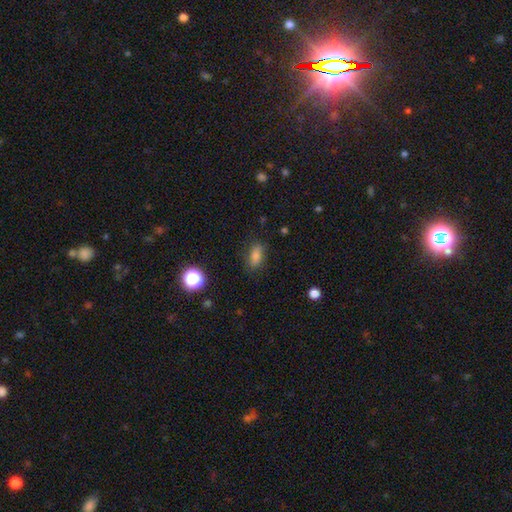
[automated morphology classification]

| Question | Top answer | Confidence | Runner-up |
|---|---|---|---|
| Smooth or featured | smooth | 79% | star or artifact (12%) |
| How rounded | in between | 82% | cigar-shaped (10%) |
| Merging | none | 80% | minor disturbance (15%) |